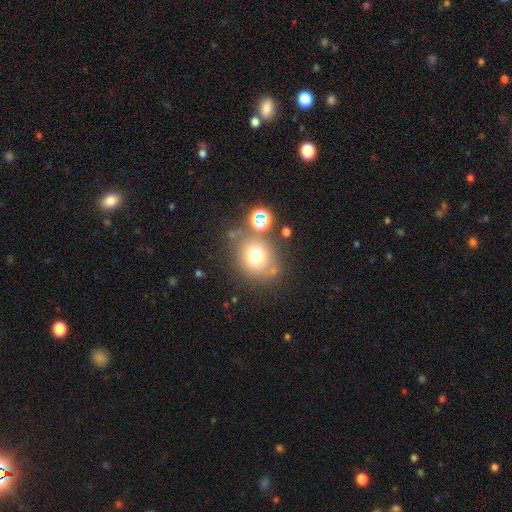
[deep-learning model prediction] smooth-or-featured: smooth: 70% | star or artifact: 17% | featured or disk: 14%
  how-rounded: round: 79% | in between: 20% | cigar-shaped: 1%
  merging: none: 69% | minor disturbance: 13% | merger: 11% | major disturbance: 7%